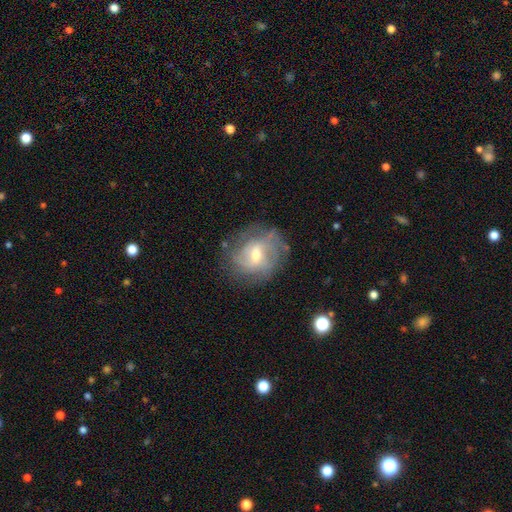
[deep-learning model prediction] Overall: featured or disk (66%). Edge-on disk: no (96%). Bar: weak (51%; no 38%). Spiral arms: yes (77%). Bulge size: moderate (58%; small 36%). Merging: none (66%).